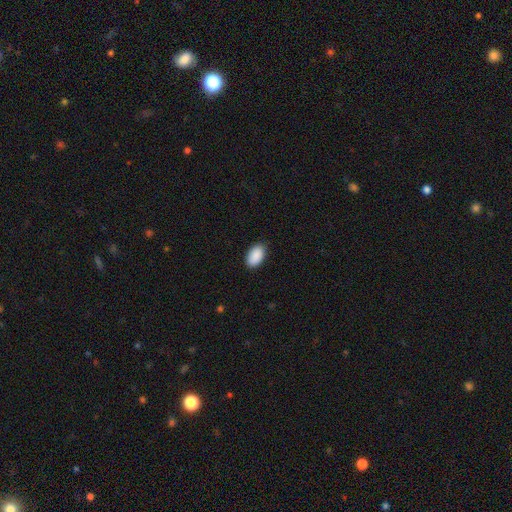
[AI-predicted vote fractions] smooth 91%, star or artifact 6%, featured or disk 3%. Down the decision tree: how rounded — in between (95%); merging — none (87%).